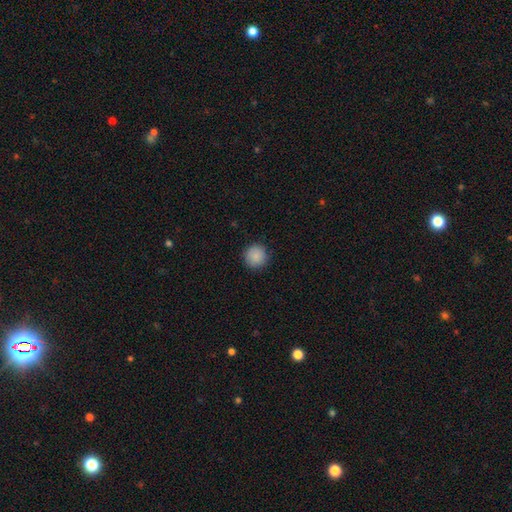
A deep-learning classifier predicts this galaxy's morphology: A smooth galaxy with no disk features (88%) that is round (95%). Merging: none (91%).